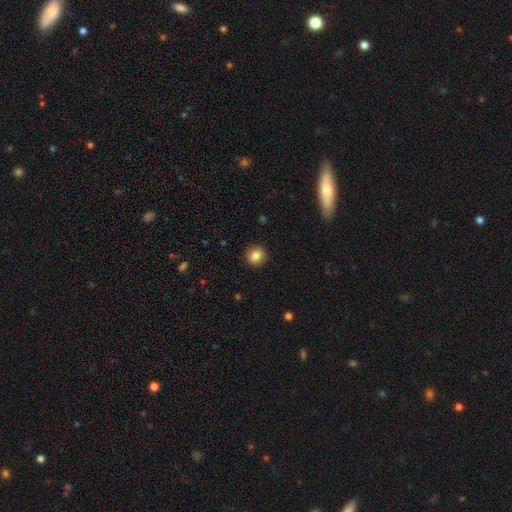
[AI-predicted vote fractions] A smooth galaxy with no disk features (85%) that is round (87%).

Vote fractions:
- Smooth or featured? smooth: 85% / star or artifact: 9% / featured or disk: 6%
- How rounded? round: 87% / in between: 12% / cigar-shaped: 1%
- Merging? none: 91% / minor disturbance: 6% / major disturbance: 2% / merger: 1%